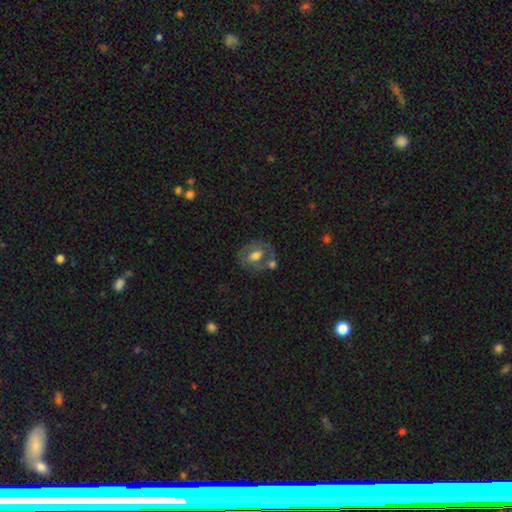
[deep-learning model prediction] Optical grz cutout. It shows a featured or disk galaxy (48%). Merging: none (50%).